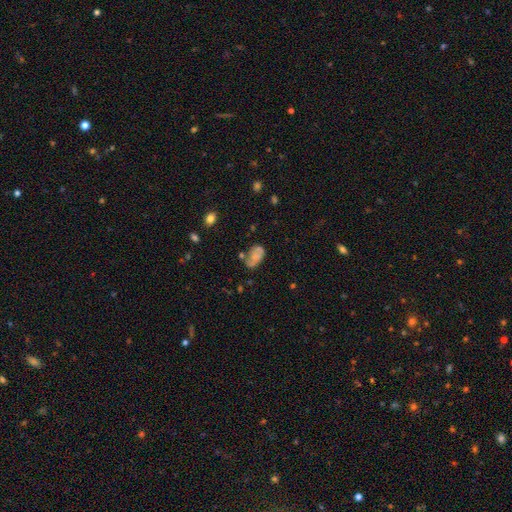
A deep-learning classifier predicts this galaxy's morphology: A smooth galaxy with no disk features (52%) that is in between round and cigar-shaped (87%). Merging: none (42%).